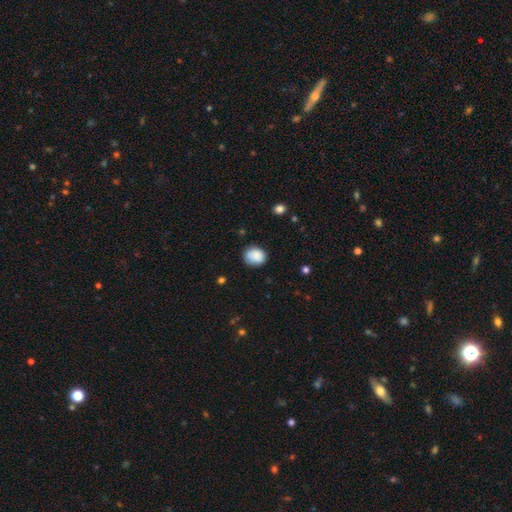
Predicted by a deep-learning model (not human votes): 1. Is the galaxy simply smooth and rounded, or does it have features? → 85% smooth, 8% star or artifact, 7% featured or disk.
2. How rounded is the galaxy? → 61% round, 38% in between, 1% cigar-shaped.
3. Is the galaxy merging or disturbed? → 73% none, 20% minor disturbance, 4% major disturbance, 2% merger.